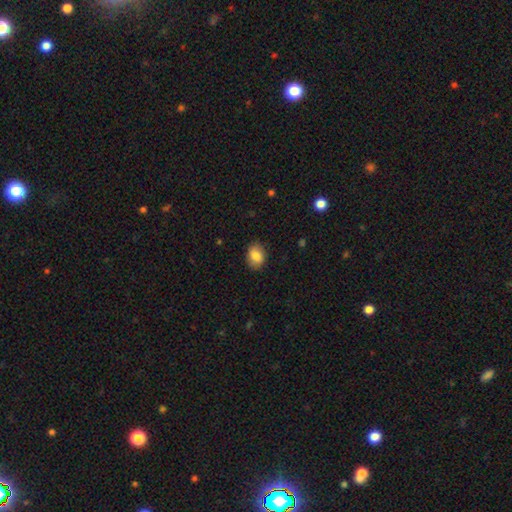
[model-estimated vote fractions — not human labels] smooth_or_featured: smooth (p=0.84) [alt: featured or disk p=0.08]
how_rounded: in between (p=0.67) [alt: round p=0.32]
merging: none (p=0.85) [alt: minor disturbance p=0.11]